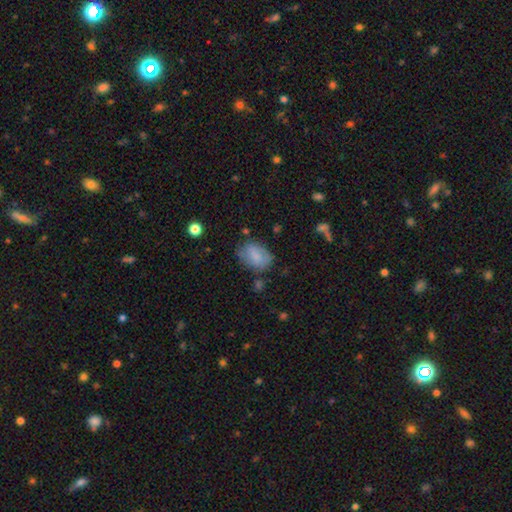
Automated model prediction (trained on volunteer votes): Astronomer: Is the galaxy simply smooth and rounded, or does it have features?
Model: smooth — 76%.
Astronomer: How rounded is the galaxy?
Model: in between — 79%.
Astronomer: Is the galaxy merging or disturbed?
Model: none — 63%.